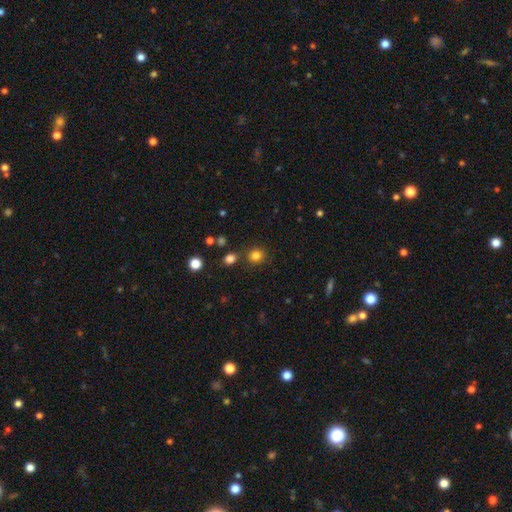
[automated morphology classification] Smooth or featured: smooth — 81% (star or artifact — 14%)
How rounded: round — 85% (in between — 14%)
Merging: none — 81% (minor disturbance — 8%)